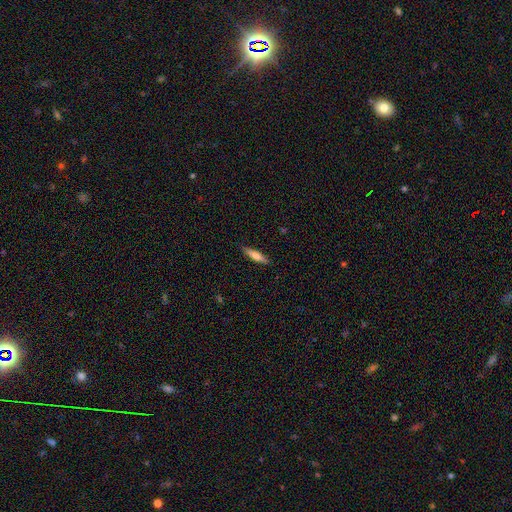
smooth_or_featured: smooth (p=0.66) [alt: featured or disk p=0.34]
how_rounded: cigar-shaped (p=0.84) [alt: in between p=0.16]
merging: none (p=0.95) [alt: minor disturbance p=0.03]